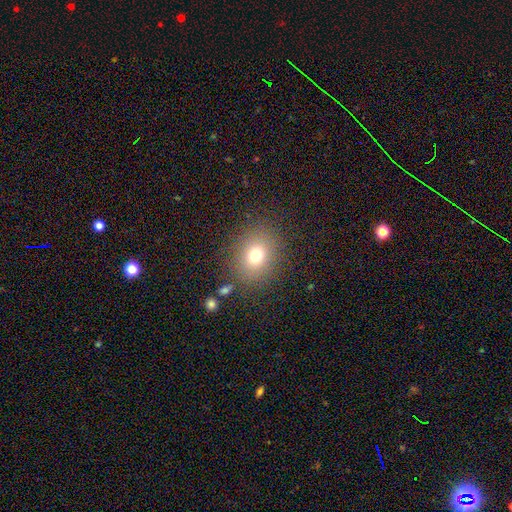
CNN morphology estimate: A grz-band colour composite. It shows a smooth galaxy with no disk features (73%) that is round (62%). Merging: none (82%).